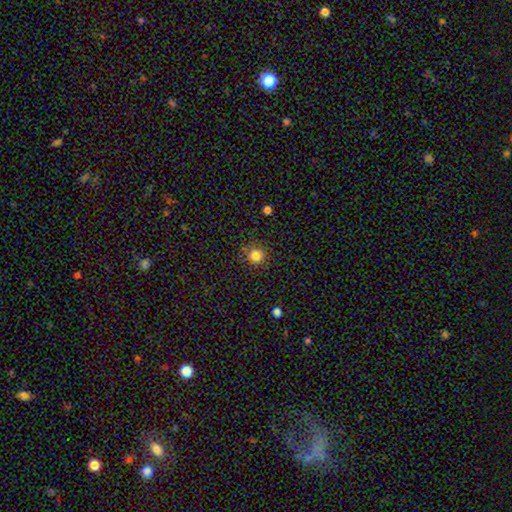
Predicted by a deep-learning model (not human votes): Smooth or featured? smooth (82%)
How rounded? round (94%)
Merging? none (85%)